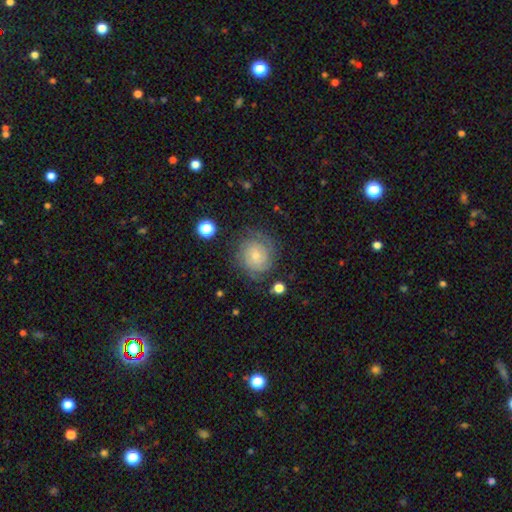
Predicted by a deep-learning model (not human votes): Morphology: type=featured or disk (72%); edge-on=no (98%); bar=no (67%); spiral arms=yes (93%); winding=tight (75%); arm count=2 (35%); bulge=small (62%); merging=none (73%).